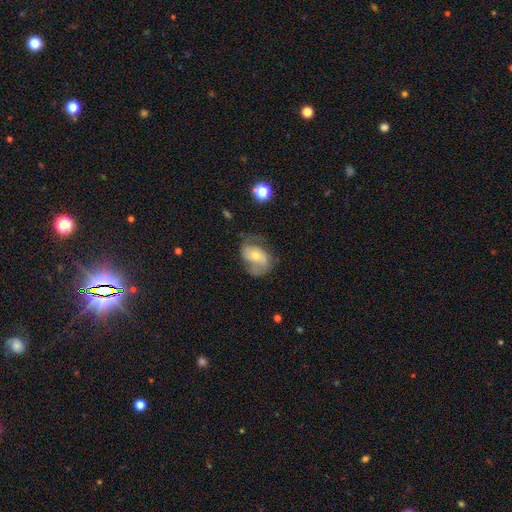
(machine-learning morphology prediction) Smooth or featured? Predicted: featured or disk (p=0.62). Edge-on disk? Predicted: no (p=0.95). Bar? Predicted: no (p=0.56). Spiral arms? Predicted: yes (p=0.78). Bulge size? Predicted: small (p=0.52). Merging? Predicted: none (p=0.51).